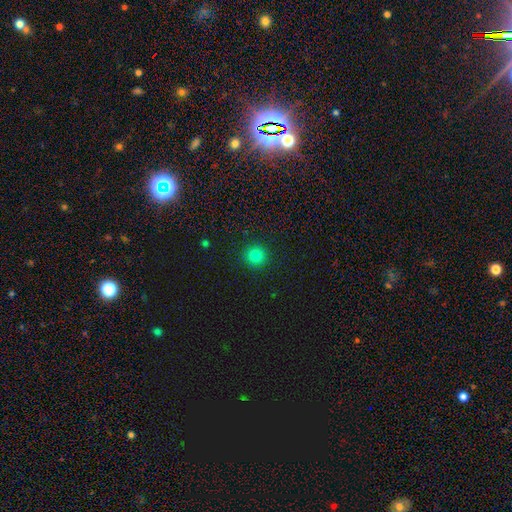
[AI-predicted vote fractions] A smooth galaxy with no disk features (82%) that is round (94%). Merging: none (91%).